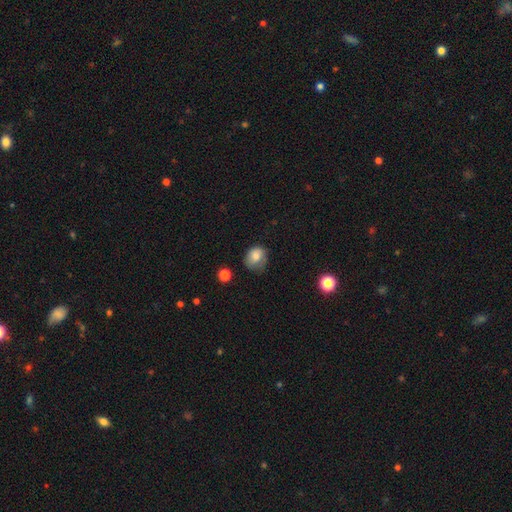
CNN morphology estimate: smooth_or_featured: smooth (p=0.77) [alt: featured or disk p=0.13]
how_rounded: round (p=0.64) [alt: in between p=0.36]
merging: none (p=0.50) [alt: minor disturbance p=0.35]